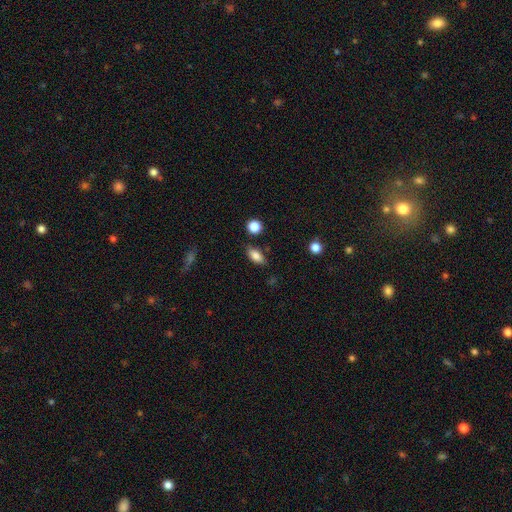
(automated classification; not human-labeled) Morphology: type=smooth (83%); roundness=in between (85%); merging=none (81%).